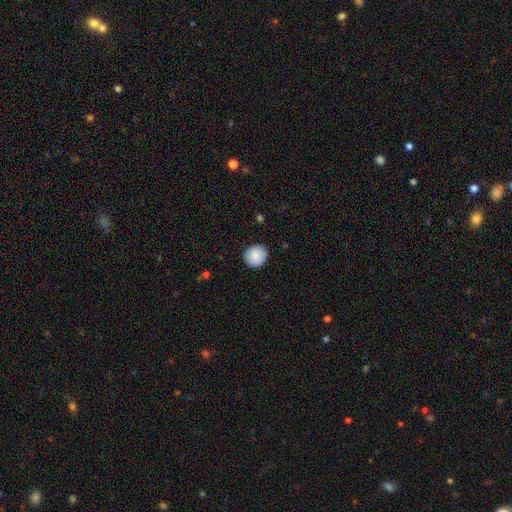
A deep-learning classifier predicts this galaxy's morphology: The model was most divided on "smooth or featured": smooth: 87%, star or artifact: 7%, featured or disk: 6%. More confident: merging — none (90%); how rounded — round (90%).